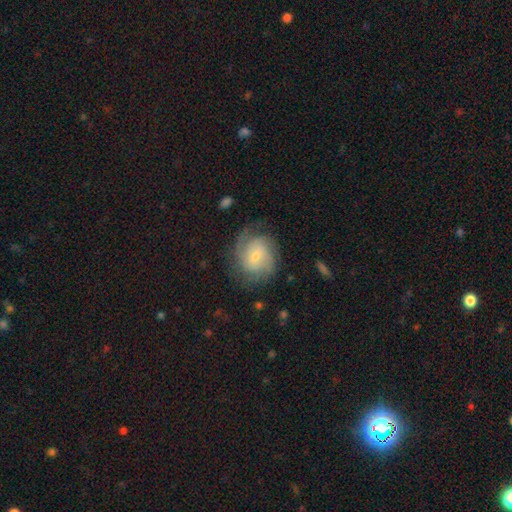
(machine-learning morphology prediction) Overall: featured or disk (70%). Edge-on disk: no (97%). Bar: no (56%; weak 37%). Spiral arms: yes (92%). Spiral arm count: 2 (40%; can't tell 30%). Spiral winding: tight (49%; medium 37%). Bulge size: small (68%). Merging: none (69%).